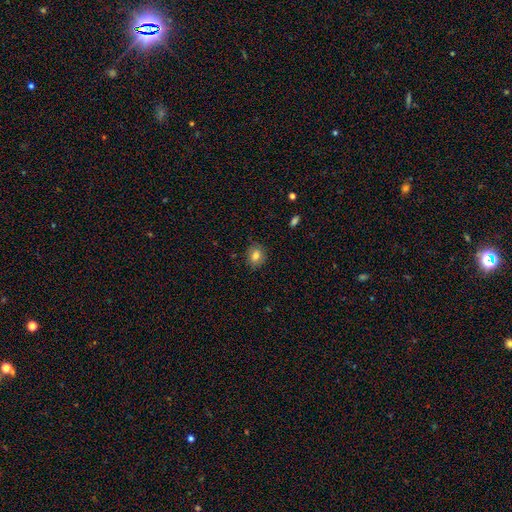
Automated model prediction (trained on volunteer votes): The model was most divided on "how rounded": round: 58%, in between: 41%, cigar-shaped: 1%. More confident: merging — none (82%); smooth or featured — smooth (80%).